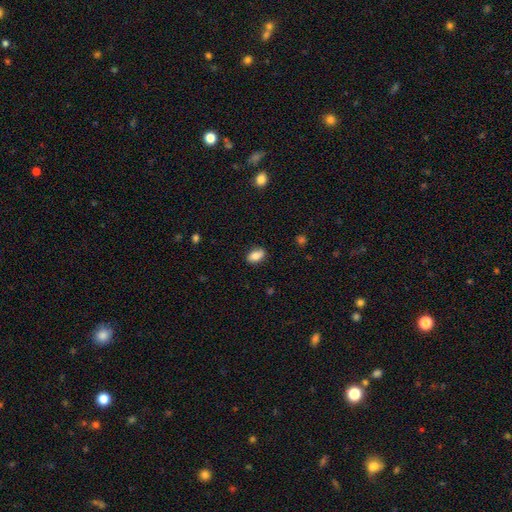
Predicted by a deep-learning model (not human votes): Smooth or featured: smooth — 80% (featured or disk — 12%)
How rounded: in between — 88% (round — 8%)
Merging: none — 84% (minor disturbance — 12%)